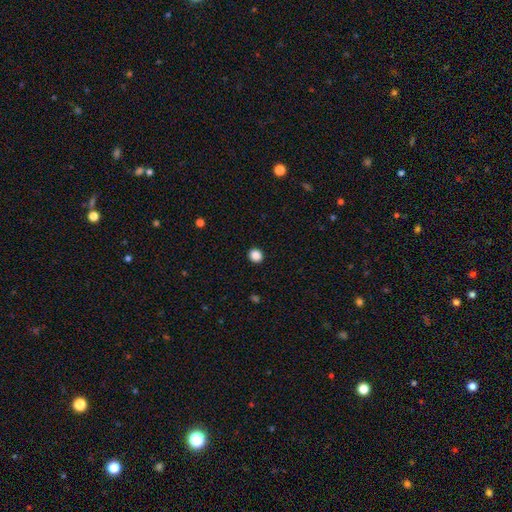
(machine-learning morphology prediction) type=smooth (88%); roundness=round (84%); merging=none (92%).